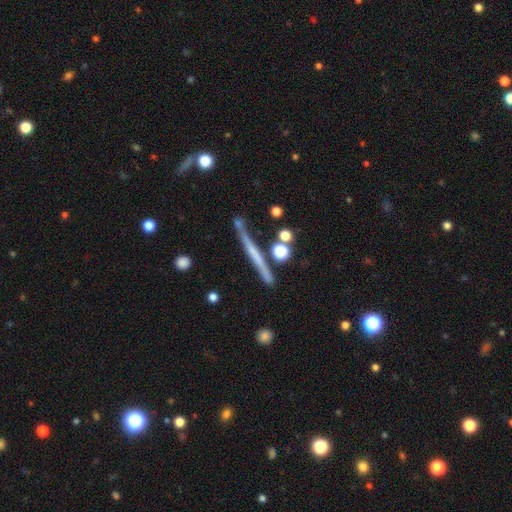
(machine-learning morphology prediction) Smooth or featured? Predicted: featured or disk (p=0.57). Edge-on disk? Predicted: yes (p=0.96). Edge-on bulge? Predicted: none (p=0.73). Merging? Predicted: none (p=0.78).